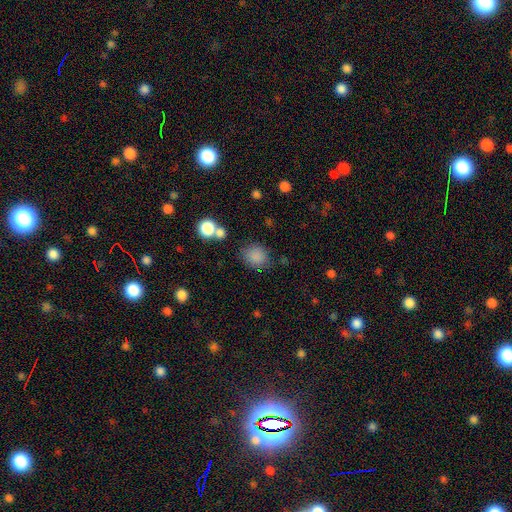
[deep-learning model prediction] smooth_or_featured: smooth (p=0.84) [alt: star or artifact p=0.11]
how_rounded: round (p=0.68) [alt: in between p=0.30]
merging: none (p=0.76) [alt: minor disturbance p=0.13]